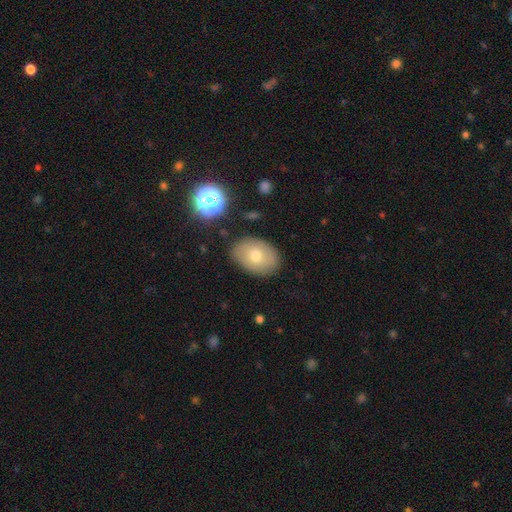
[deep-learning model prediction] Smooth or featured? Predicted: smooth (p=0.68). How rounded? Predicted: in between (p=0.76). Merging? Predicted: none (p=0.80).